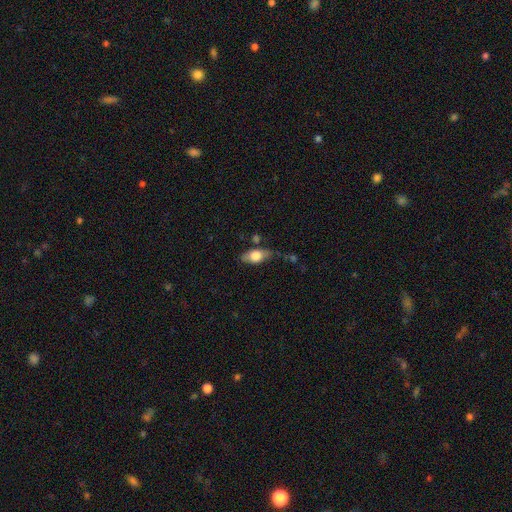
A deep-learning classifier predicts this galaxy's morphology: Smooth or featured? Predicted: smooth (p=0.67). How rounded? Predicted: in between (p=0.82). Merging? Predicted: none (p=0.61).